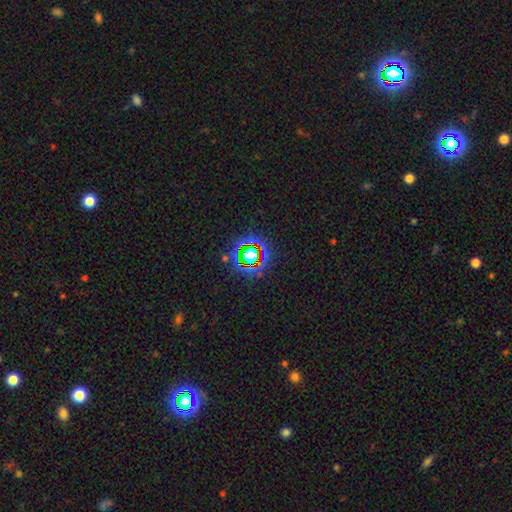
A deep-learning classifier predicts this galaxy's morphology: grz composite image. It shows a star or artifact, not a galaxy (67%).